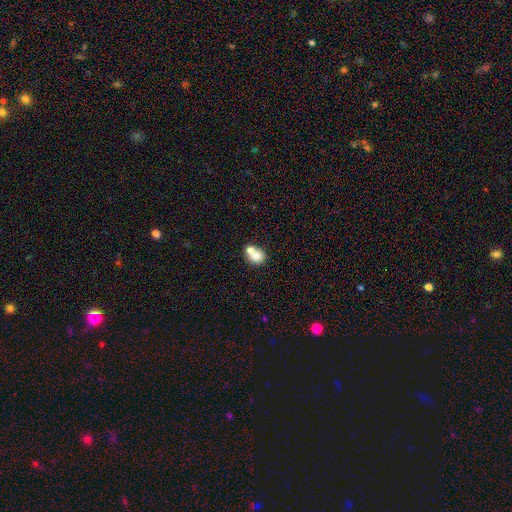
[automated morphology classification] Overall: smooth (74%). How rounded: round (72%). Merging: merger (52%; none 38%).